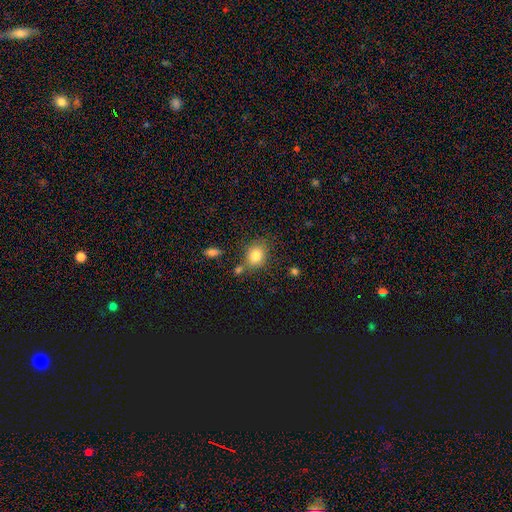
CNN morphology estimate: Q: Smooth or featured?
A: smooth (82%); runner-up: star or artifact (10%)
Q: How rounded?
A: round (56%); runner-up: in between (43%)
Q: Merging?
A: none (69%); runner-up: minor disturbance (15%)